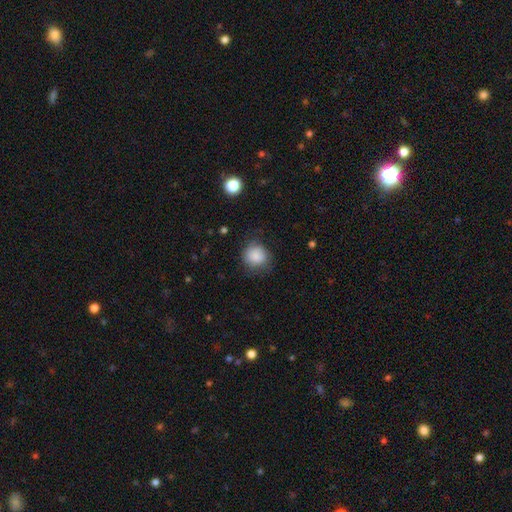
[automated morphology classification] smooth_or_featured: smooth (p=0.84) [alt: featured or disk p=0.08]
how_rounded: round (p=0.82) [alt: in between p=0.17]
merging: none (p=0.67) [alt: minor disturbance p=0.23]